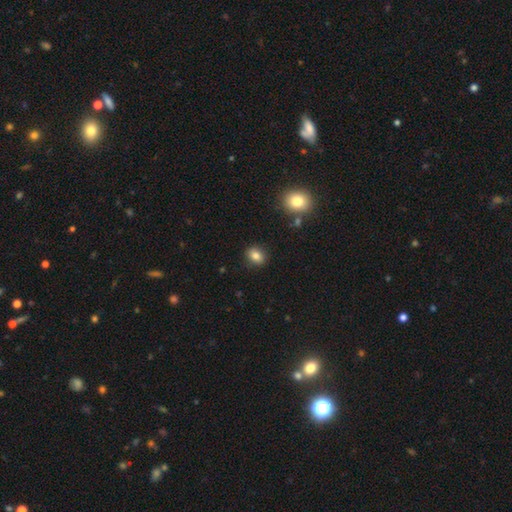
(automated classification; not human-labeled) Smooth or featured?
  - smooth: 82% *
  - star or artifact: 10%
  - featured or disk: 7%
How rounded?
  - round: 50% *
  - in between: 49%
  - cigar-shaped: 1%
Merging?
  - none: 87% *
  - minor disturbance: 9%
  - major disturbance: 2%
  - merger: 2%